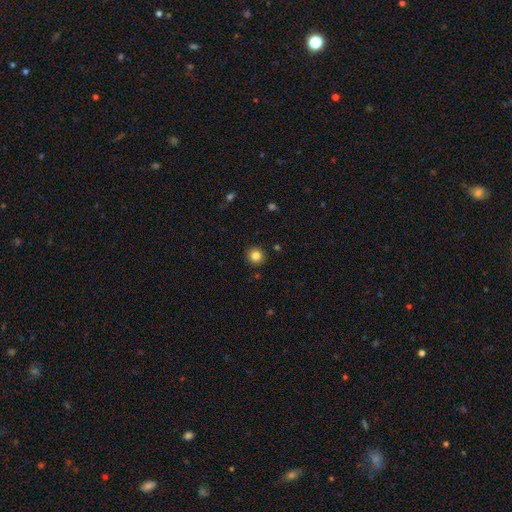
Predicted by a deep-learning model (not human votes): A smooth galaxy with no disk features (83%) that is round (94%). Merging: none (92%).